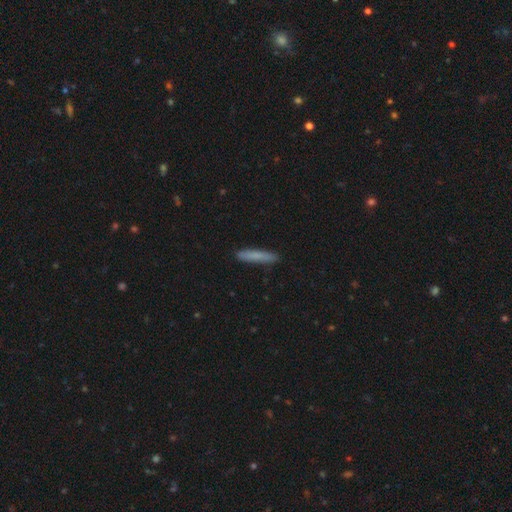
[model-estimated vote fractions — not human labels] smooth-or-featured: smooth: 79% | featured or disk: 14% | star or artifact: 6%
  how-rounded: cigar-shaped: 93% | in between: 6% | round: 1%
  merging: none: 89% | minor disturbance: 8% | major disturbance: 2% | merger: 1%